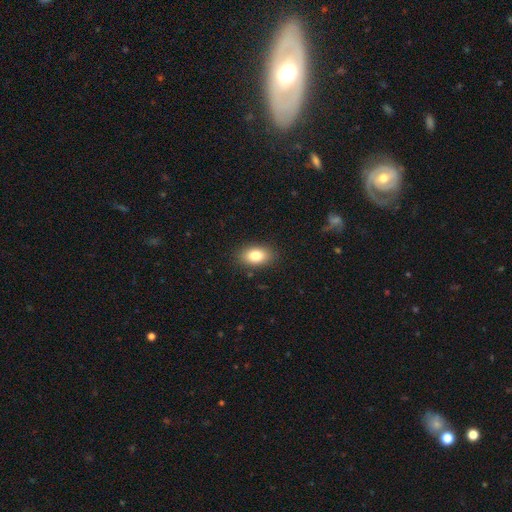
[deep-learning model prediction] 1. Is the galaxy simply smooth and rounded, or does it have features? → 83% smooth, 9% featured or disk, 8% star or artifact.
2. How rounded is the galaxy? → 87% in between, 11% round, 2% cigar-shaped.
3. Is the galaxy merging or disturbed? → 87% none, 9% minor disturbance, 2% major disturbance, 1% merger.